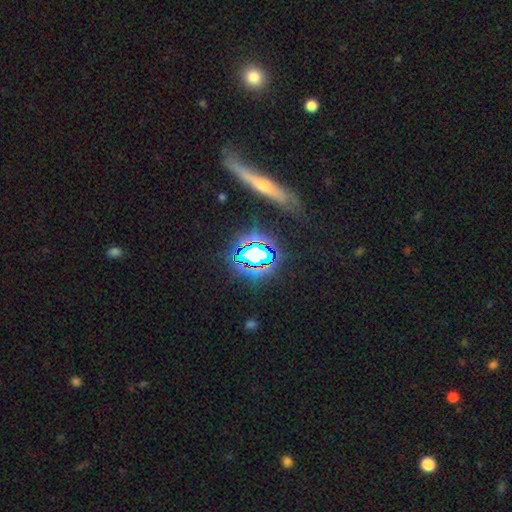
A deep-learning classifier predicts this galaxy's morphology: Q: Smooth or featured?
A: star or artifact (70%); runner-up: smooth (18%)